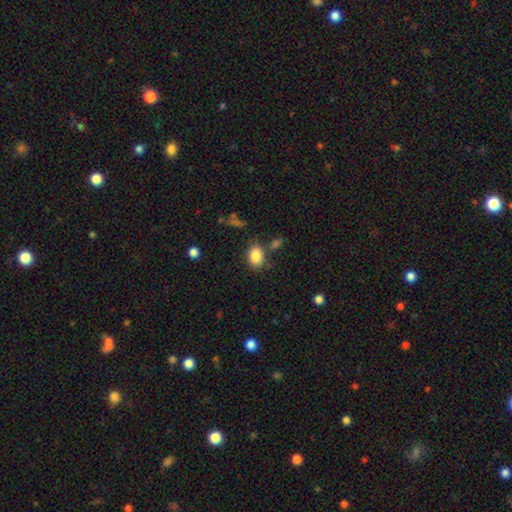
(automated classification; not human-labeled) Smooth or featured: smooth — 85% (star or artifact — 9%)
How rounded: in between — 76% (round — 23%)
Merging: none — 72% (minor disturbance — 14%)